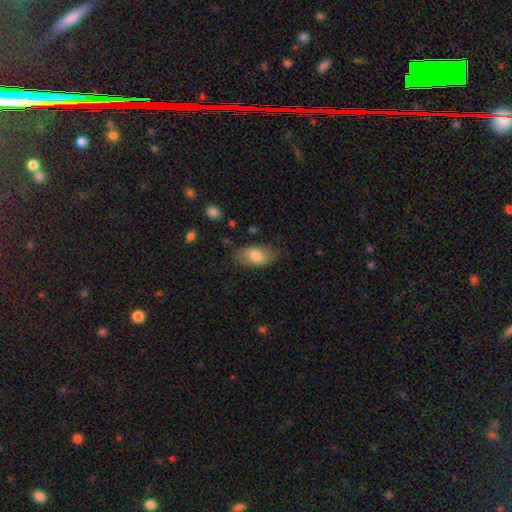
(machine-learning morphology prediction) This appears to be a smooth galaxy with no disk features (77%) that is in between round and cigar-shaped (92%). Merging: none (76%).